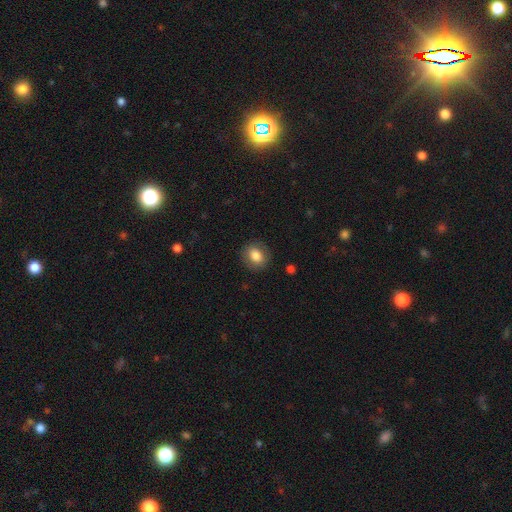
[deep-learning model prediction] Smooth or featured? Predicted: smooth (p=0.80). How rounded? Predicted: round (p=0.58). Merging? Predicted: none (p=0.86).